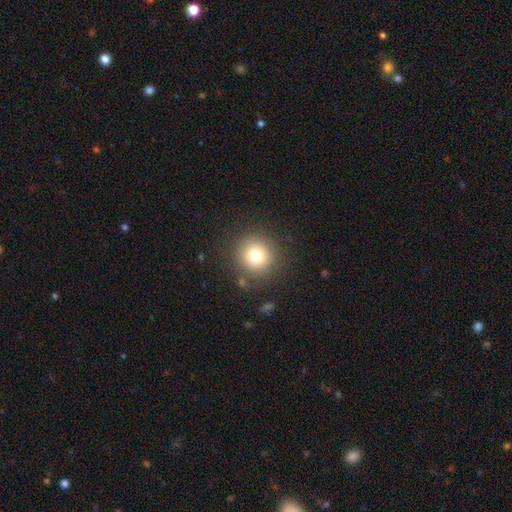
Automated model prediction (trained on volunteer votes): This appears to be a smooth galaxy with no disk features (78%) that is round (93%). Merging: none (86%).